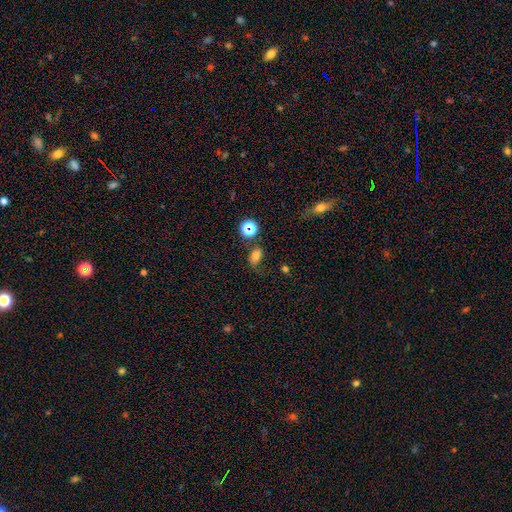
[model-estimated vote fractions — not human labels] Smooth or featured?
  - smooth: 68% *
  - star or artifact: 19%
  - featured or disk: 12%
How rounded?
  - in between: 77% *
  - round: 21%
  - cigar-shaped: 2%
Merging?
  - none: 49% *
  - minor disturbance: 25%
  - major disturbance: 19%
  - merger: 7%